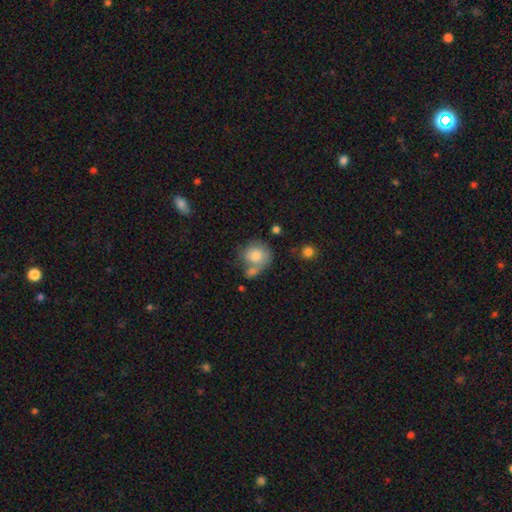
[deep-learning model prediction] smooth-or-featured: smooth: 78% | featured or disk: 15% | star or artifact: 8%
  how-rounded: round: 79% | in between: 20% | cigar-shaped: 1%
  merging: none: 42% | merger: 32% | minor disturbance: 17% | major disturbance: 9%